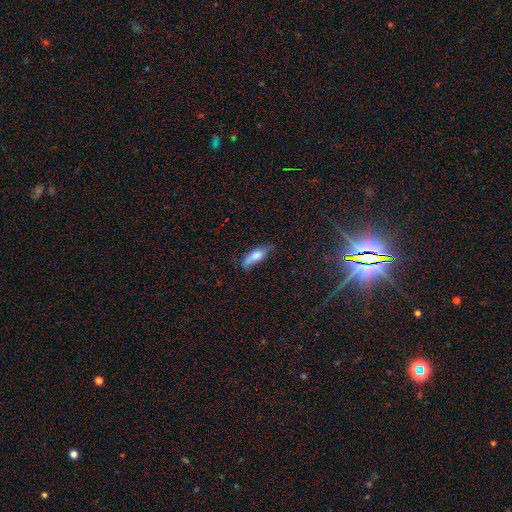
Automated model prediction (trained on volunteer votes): The model was most divided on "merging": none: 52%, minor disturbance: 33%, major disturbance: 12%, merger: 3%. More confident: smooth or featured — smooth (72%); how rounded — in between (59%).